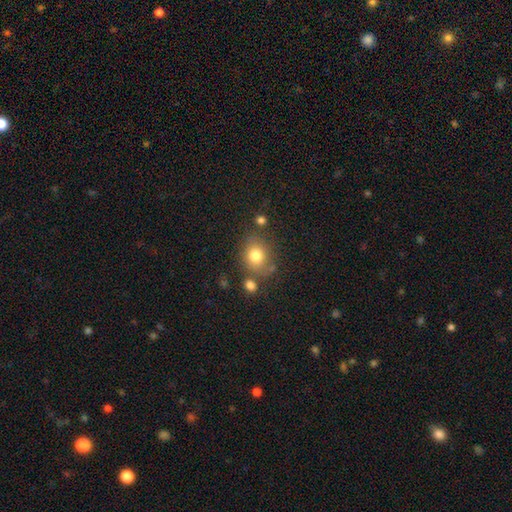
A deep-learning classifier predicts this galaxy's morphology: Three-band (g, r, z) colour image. It shows a smooth galaxy with no disk features (78%) that is round (65%). Merging: none (69%).